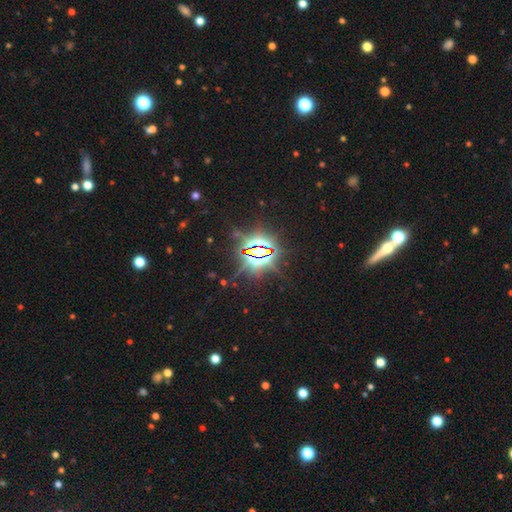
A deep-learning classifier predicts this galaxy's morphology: star or artifact 83%, featured or disk 9%, smooth 8%.